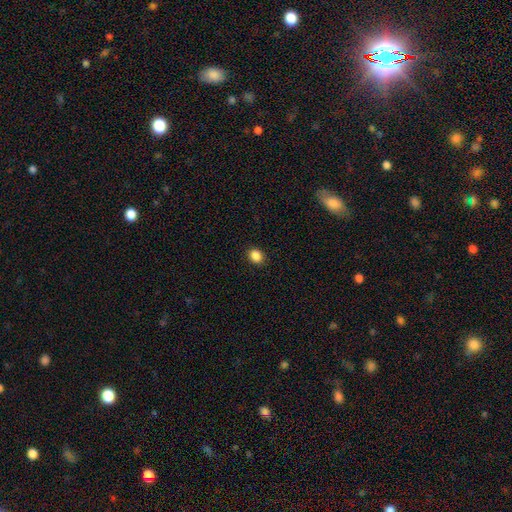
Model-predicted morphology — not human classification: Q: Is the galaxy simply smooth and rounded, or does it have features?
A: smooth — 87%.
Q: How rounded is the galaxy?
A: round — 54%.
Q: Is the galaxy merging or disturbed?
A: none — 90%.